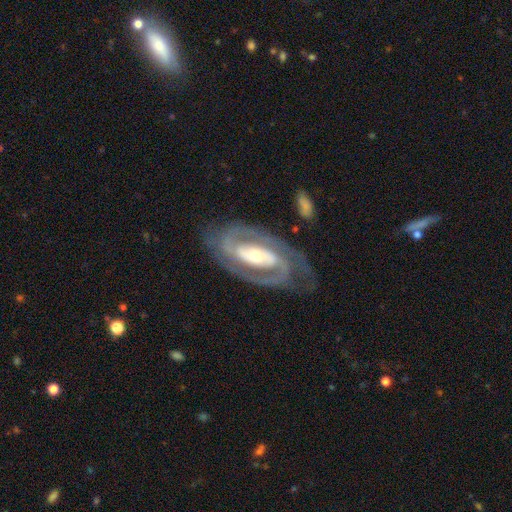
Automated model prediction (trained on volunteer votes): This is clearly a featured or disk galaxy (91%). It is clearly not viewed edge-on (96%). Bar: possibly strong (47%). Spiral arm pattern: clearly yes (97%). Spiral arm count: clearly 2 (89%). Spiral winding: possibly tight (56%). Central bulge: possibly moderate (54%). Merging: likely none (79%).